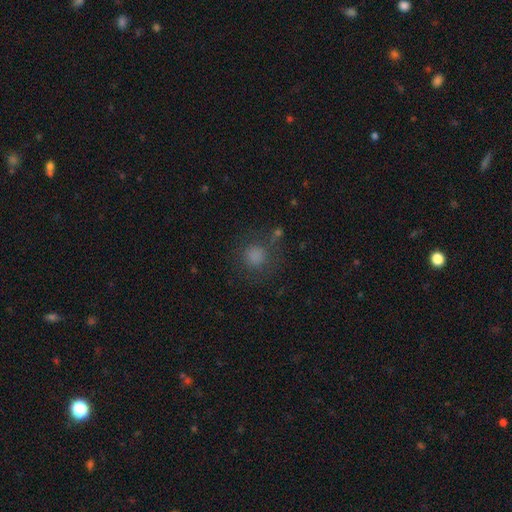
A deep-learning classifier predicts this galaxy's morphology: smooth-or-featured: smooth: 76% | star or artifact: 15% | featured or disk: 9%
  how-rounded: round: 90% | in between: 9% | cigar-shaped: 1%
  merging: none: 69% | minor disturbance: 15% | major disturbance: 12% | merger: 4%